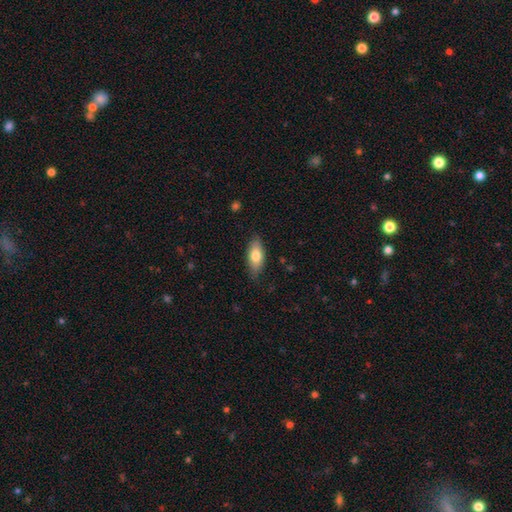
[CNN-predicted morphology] The model was most divided on "smooth or featured": smooth: 76%, featured or disk: 17%, star or artifact: 6%. More confident: how rounded — in between (84%); merging — none (81%).